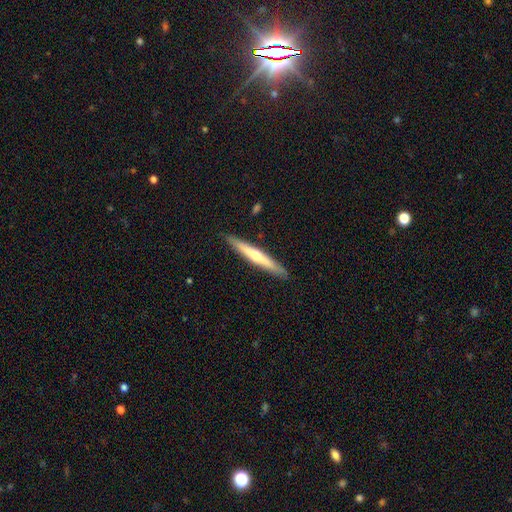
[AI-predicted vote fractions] This is possibly a featured or disk galaxy (55%). It is clearly viewed edge-on (95%). Edge-on bulge: likely rounded (73%). Merging: clearly none (90%).